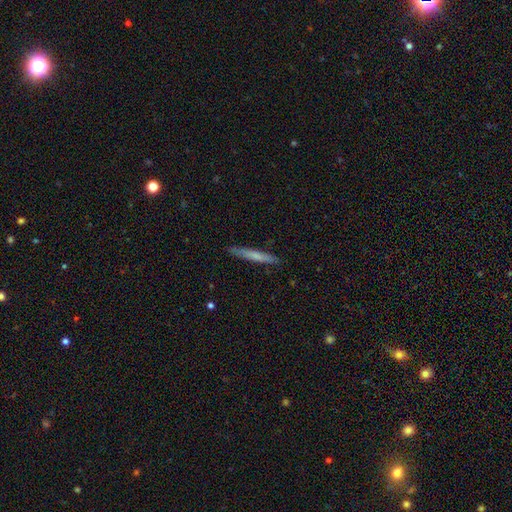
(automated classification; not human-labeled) smooth 64%, featured or disk 31%, star or artifact 6%. Down the decision tree: how rounded — cigar-shaped (96%); merging — none (89%).